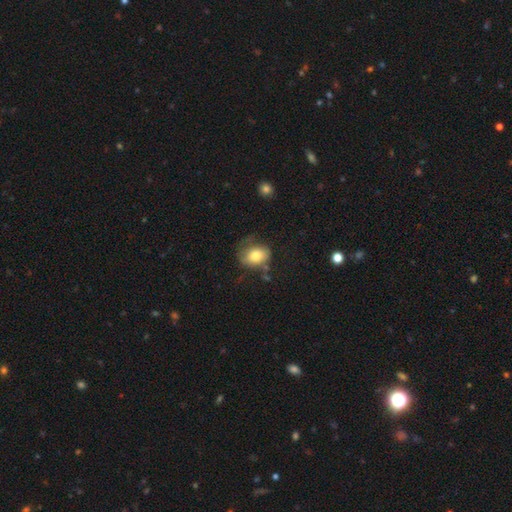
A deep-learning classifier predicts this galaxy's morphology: smooth-or-featured: smooth: 74% | featured or disk: 18% | star or artifact: 8%
  how-rounded: in between: 61% | round: 38% | cigar-shaped: 1%
  merging: none: 50% | minor disturbance: 30% | major disturbance: 17% | merger: 4%